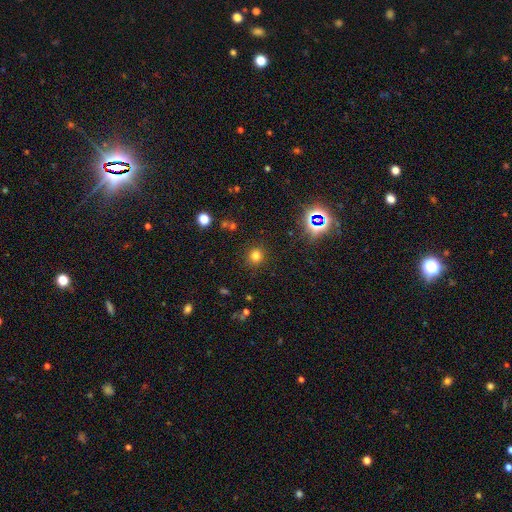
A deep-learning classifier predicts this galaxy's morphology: Smooth or featured? Predicted: smooth (p=0.74). How rounded? Predicted: round (p=0.92). Merging? Predicted: none (p=0.89).